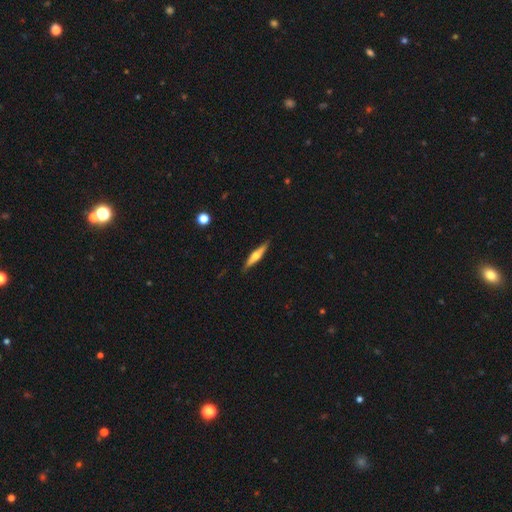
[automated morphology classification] type=featured or disk (62%); edge-on=yes (96%); edge-on bulge=rounded (90%); merging=none (88%).